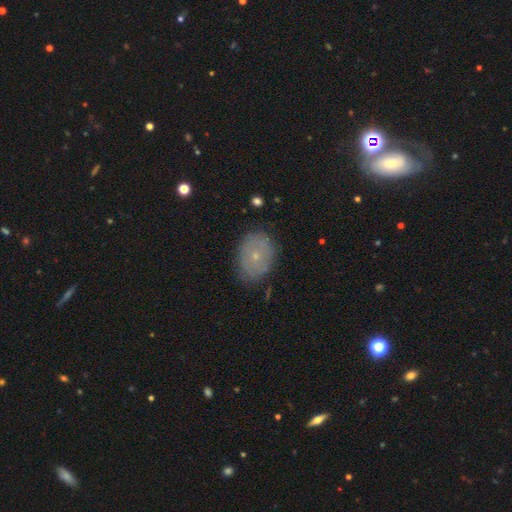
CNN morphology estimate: Smooth or featured? Predicted: smooth (p=0.52). How rounded? Predicted: in between (p=0.71). Merging? Predicted: none (p=0.80).